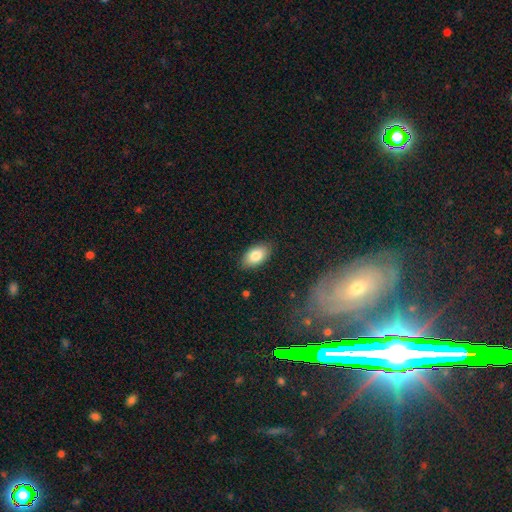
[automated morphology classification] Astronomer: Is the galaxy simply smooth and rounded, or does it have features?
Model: smooth — 83%.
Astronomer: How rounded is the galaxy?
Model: in between — 93%.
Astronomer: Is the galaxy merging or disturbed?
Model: none — 86%.